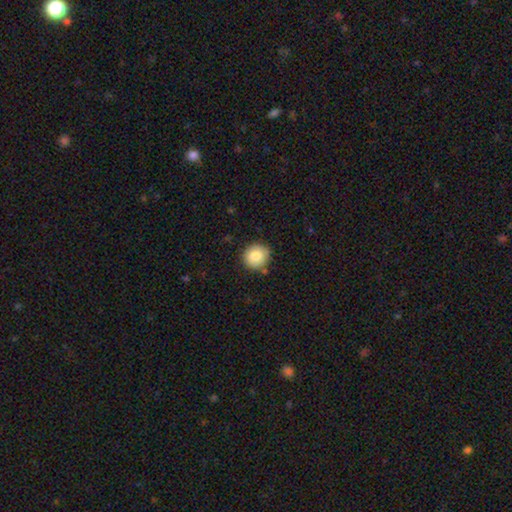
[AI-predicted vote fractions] Overall: smooth (83%). How rounded: round (89%). Merging: none (83%).